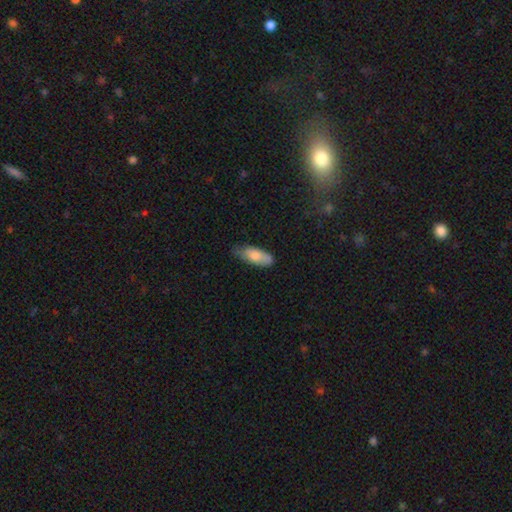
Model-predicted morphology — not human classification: This appears to be a smooth galaxy with no disk features (78%) that is in between round and cigar-shaped (77%). Merging: none (58%).